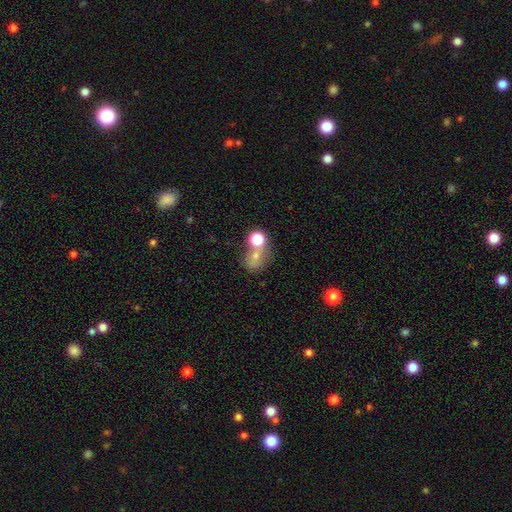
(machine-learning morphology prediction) Q: Smooth or featured?
A: smooth (61%); runner-up: star or artifact (21%)
Q: How rounded?
A: round (66%); runner-up: in between (32%)
Q: Merging?
A: none (41%); runner-up: merger (40%)